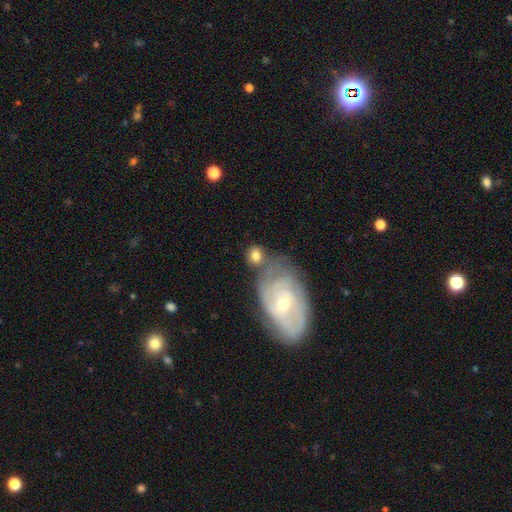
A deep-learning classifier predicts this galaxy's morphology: smooth 65%, featured or disk 27%, star or artifact 7%. Down the decision tree: how rounded — round (58%); merging — none (53%).